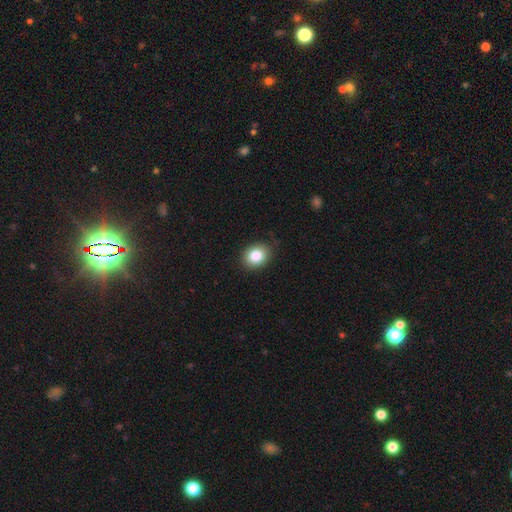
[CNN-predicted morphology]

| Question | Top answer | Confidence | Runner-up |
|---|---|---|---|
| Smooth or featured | smooth | 85% | star or artifact (9%) |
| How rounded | round | 53% | in between (46%) |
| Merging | none | 84% | minor disturbance (12%) |